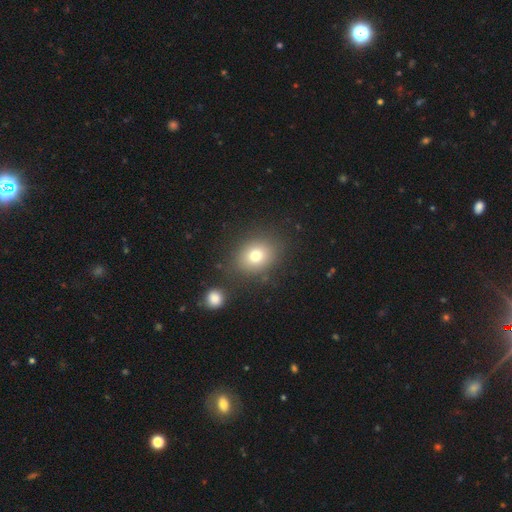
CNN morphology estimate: The model was most divided on "how rounded": round: 55%, in between: 44%, cigar-shaped: 1%. More confident: merging — none (79%); smooth or featured — smooth (75%).